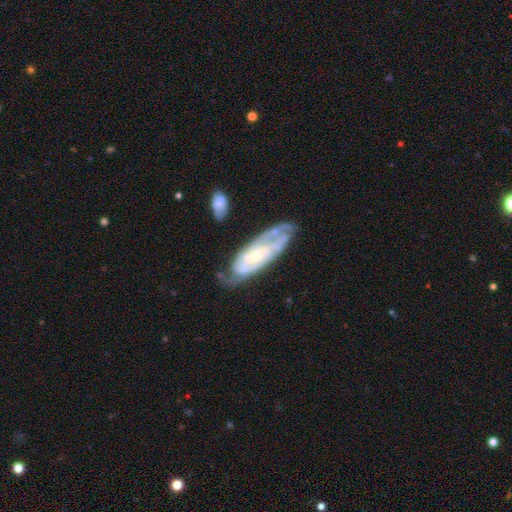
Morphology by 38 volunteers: featured or disk 95%, smooth 3%, star or artifact 3%. Down the decision tree: edge-on disk — no (78%); bar — no (61%); spiral arms — yes (82%); spiral arm count — 2 (48%, tied with can't tell); spiral winding — tight (43%); bulge size — small (75%); merging — none (54%).